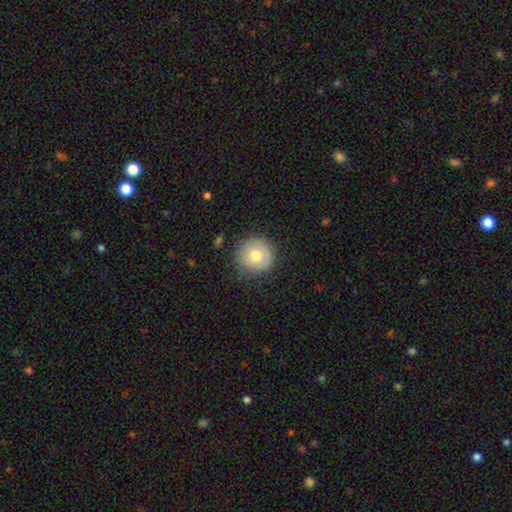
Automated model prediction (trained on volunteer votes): Overall: smooth (74%). How rounded: round (94%). Merging: none (81%).